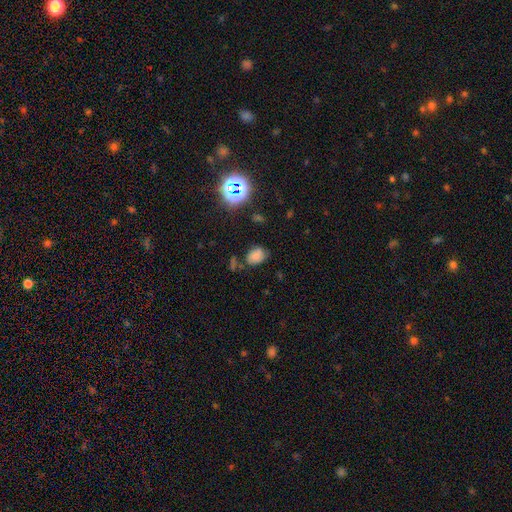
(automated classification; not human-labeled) Smooth or featured: smooth — 73% (star or artifact — 19%)
How rounded: in between — 77% (round — 22%)
Merging: none — 63% (minor disturbance — 23%)